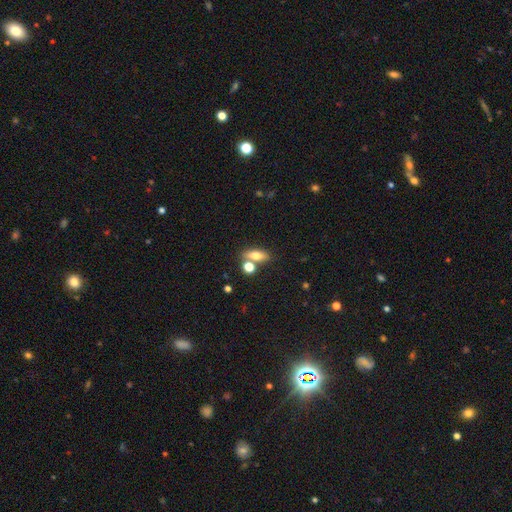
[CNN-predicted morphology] A smooth galaxy with no disk features (68%) that is in between round and cigar-shaped (65%).

Vote fractions:
- Smooth or featured? smooth: 68% / featured or disk: 22% / star or artifact: 10%
- How rounded? in between: 65% / cigar-shaped: 23% / round: 12%
- Merging? none: 61% / merger: 23% / minor disturbance: 11% / major disturbance: 4%